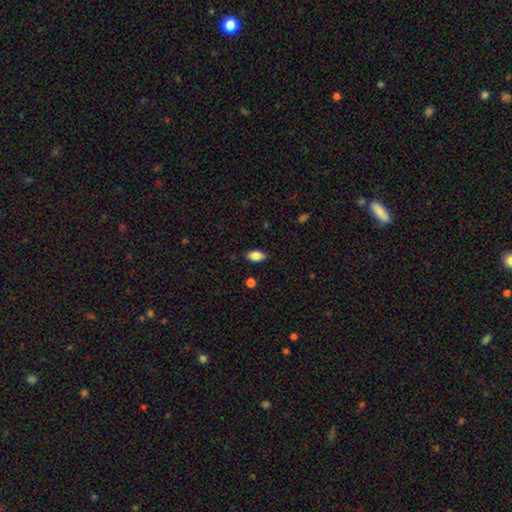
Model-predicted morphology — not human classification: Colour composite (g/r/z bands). It shows a smooth galaxy with no disk features (85%) that is in between round and cigar-shaped (91%). Merging: none (86%).